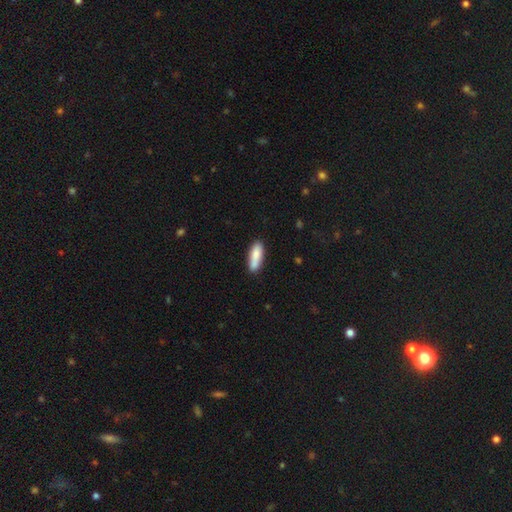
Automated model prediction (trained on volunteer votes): smooth-or-featured: smooth: 82% | featured or disk: 12% | star or artifact: 6%
  how-rounded: in between: 53% | cigar-shaped: 45% | round: 2%
  merging: none: 71% | minor disturbance: 17% | merger: 9% | major disturbance: 3%